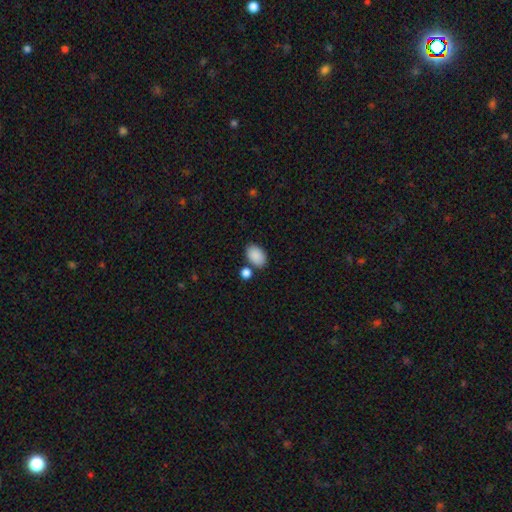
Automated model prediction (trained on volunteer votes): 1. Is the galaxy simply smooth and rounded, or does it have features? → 89% smooth, 7% star or artifact, 5% featured or disk.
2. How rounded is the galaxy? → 90% in between, 9% round, 1% cigar-shaped.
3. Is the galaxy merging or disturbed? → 76% none, 11% minor disturbance, 10% merger, 3% major disturbance.